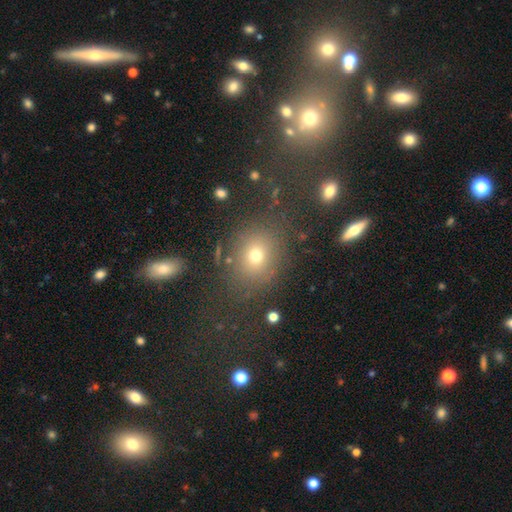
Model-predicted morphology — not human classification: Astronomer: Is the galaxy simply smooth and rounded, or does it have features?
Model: smooth — 68%.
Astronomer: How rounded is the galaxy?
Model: round — 64%.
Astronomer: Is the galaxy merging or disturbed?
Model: none — 78%.